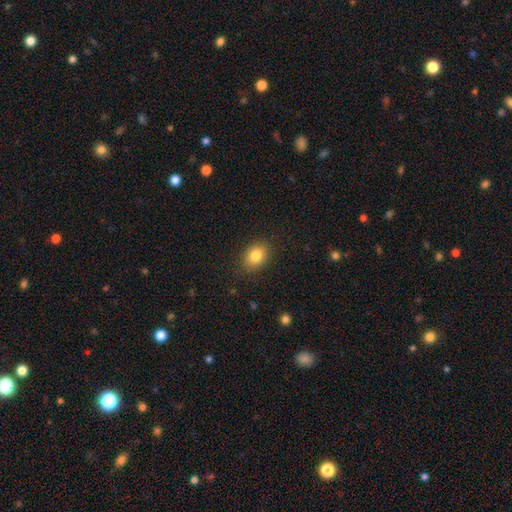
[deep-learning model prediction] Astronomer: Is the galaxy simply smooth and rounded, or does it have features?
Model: smooth — 83%.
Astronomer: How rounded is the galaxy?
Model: in between — 69%.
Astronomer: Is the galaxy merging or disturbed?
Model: none — 86%.